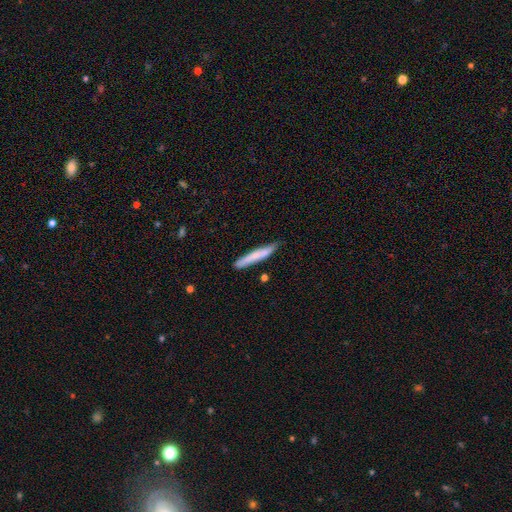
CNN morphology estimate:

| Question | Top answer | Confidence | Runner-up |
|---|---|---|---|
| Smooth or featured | smooth | 68% | featured or disk (27%) |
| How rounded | cigar-shaped | 94% | in between (4%) |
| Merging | none | 78% | minor disturbance (17%) |